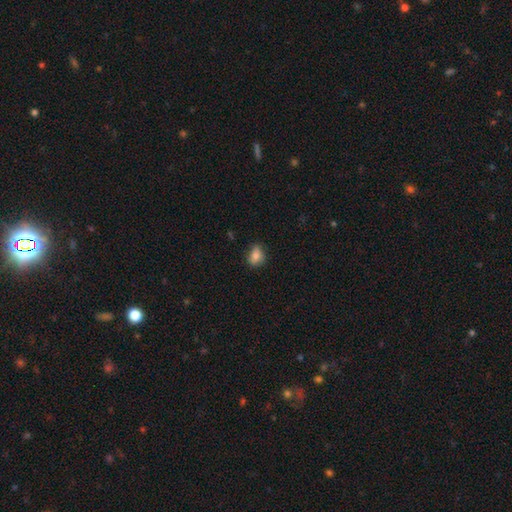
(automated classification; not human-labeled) The model was most divided on "how rounded": in between: 56%, round: 42%, cigar-shaped: 2%. More confident: smooth or featured — smooth (80%); merging — none (70%).